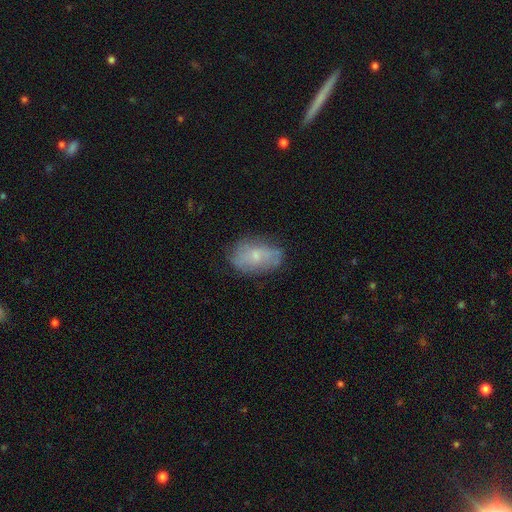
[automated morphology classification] A smooth galaxy with no disk features (50%). Merging: none (67%).